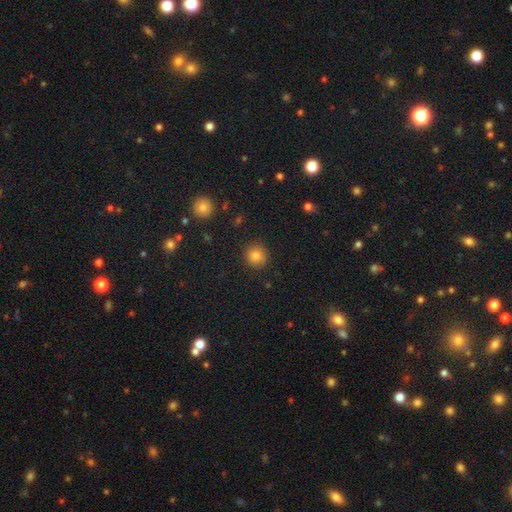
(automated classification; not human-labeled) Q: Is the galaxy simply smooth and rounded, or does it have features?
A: smooth — 80%.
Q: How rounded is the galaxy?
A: round — 90%.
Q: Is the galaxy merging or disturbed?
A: none — 89%.